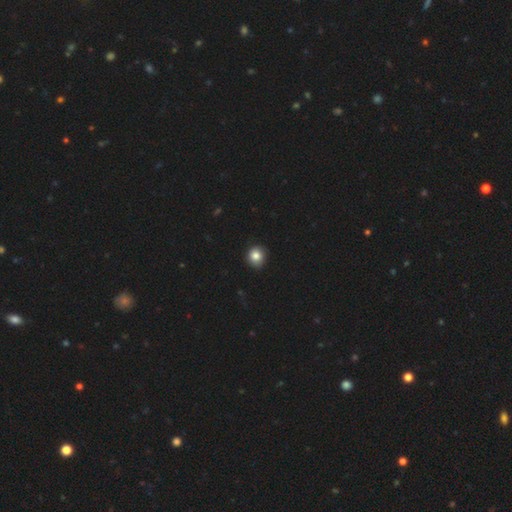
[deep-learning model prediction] Q: Smooth or featured?
A: smooth (83%); runner-up: star or artifact (10%)
Q: How rounded?
A: round (83%); runner-up: in between (16%)
Q: Merging?
A: none (87%); runner-up: minor disturbance (10%)